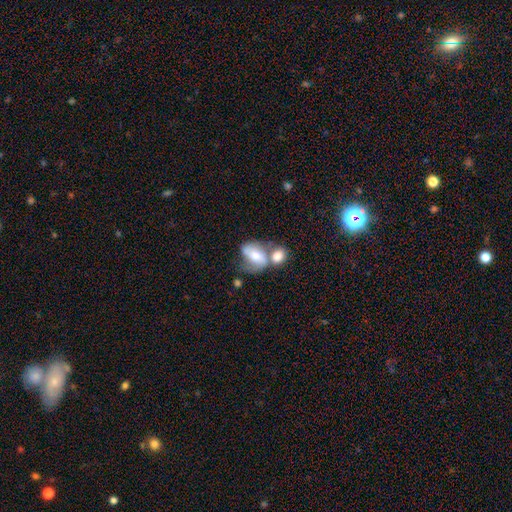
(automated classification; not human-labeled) Overall: smooth (48%; featured or disk 44%). Merging: merger (56%; none 22%).